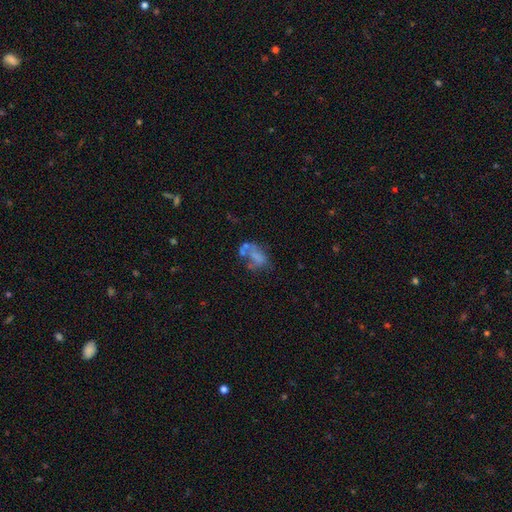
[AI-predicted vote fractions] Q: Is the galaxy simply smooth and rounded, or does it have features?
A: smooth — 44%.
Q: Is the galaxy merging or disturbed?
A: none — 28%.